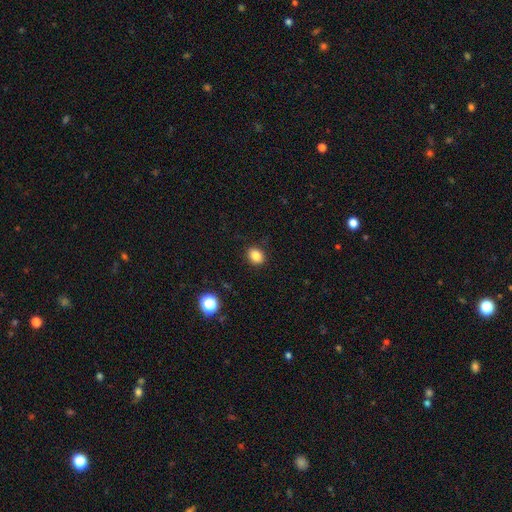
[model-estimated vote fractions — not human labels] smooth 85%, star or artifact 11%, featured or disk 4%. Down the decision tree: how rounded — round (54%); merging — none (88%).